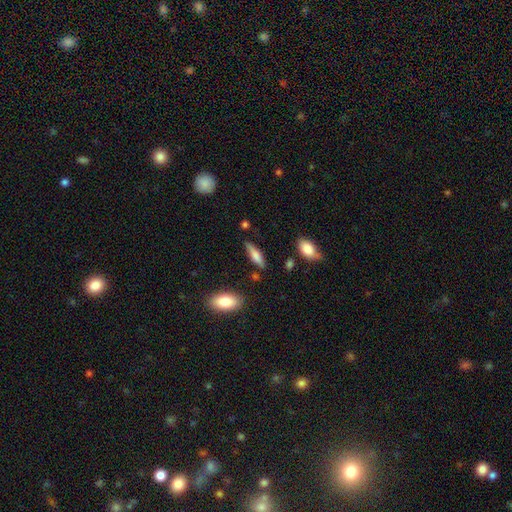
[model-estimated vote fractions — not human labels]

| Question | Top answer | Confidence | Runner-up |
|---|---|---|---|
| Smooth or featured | smooth | 65% | featured or disk (28%) |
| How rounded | cigar-shaped | 59% | in between (39%) |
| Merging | none | 77% | minor disturbance (16%) |